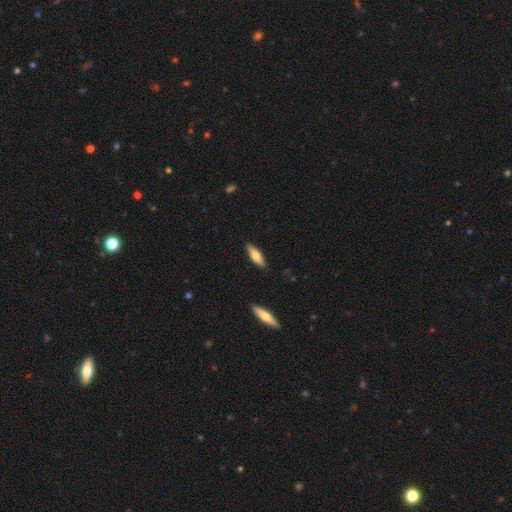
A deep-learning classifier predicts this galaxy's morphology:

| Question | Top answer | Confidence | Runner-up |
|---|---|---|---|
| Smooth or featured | smooth | 66% | featured or disk (28%) |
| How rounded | cigar-shaped | 52% | in between (47%) |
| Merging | none | 88% | minor disturbance (9%) |